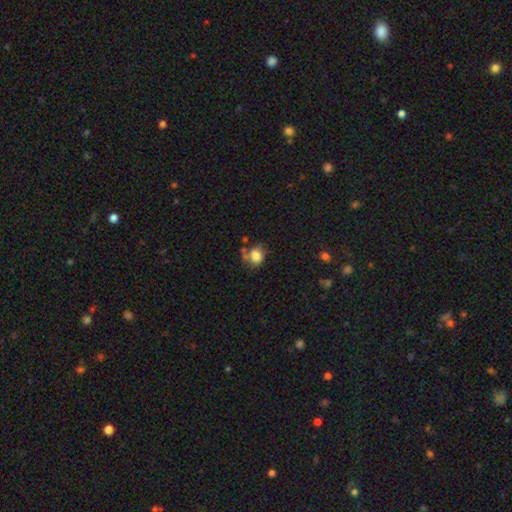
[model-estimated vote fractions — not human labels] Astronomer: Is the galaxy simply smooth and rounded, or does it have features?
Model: smooth — 81%.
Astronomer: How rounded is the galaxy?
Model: round — 62% (runner-up: in between, 37%).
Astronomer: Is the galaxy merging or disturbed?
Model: none — 53%.